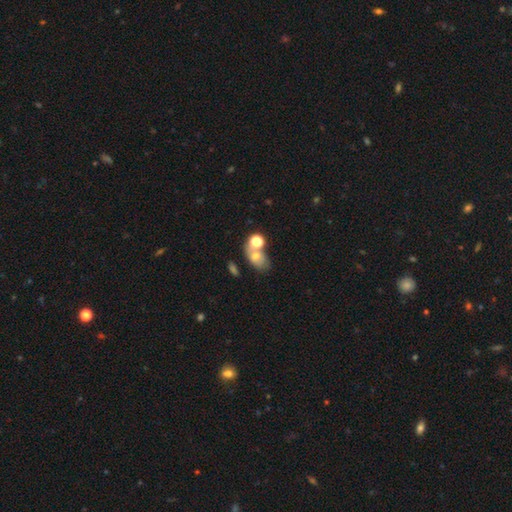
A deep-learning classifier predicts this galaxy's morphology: Q: Smooth or featured?
A: smooth (67%); runner-up: featured or disk (20%)
Q: How rounded?
A: in between (73%); runner-up: round (25%)
Q: Merging?
A: none (39%); tied with: merger (39%)